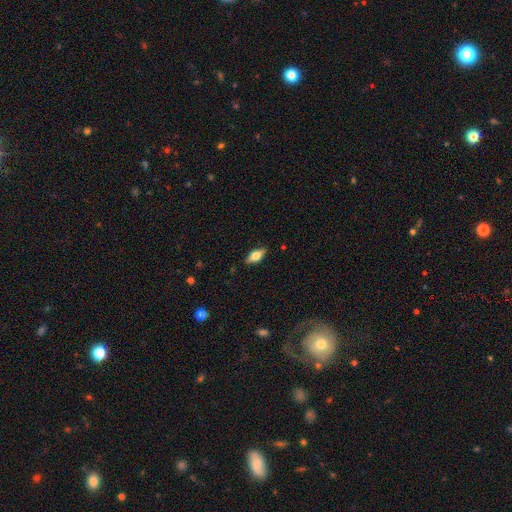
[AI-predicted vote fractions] smooth-or-featured: smooth: 54% | featured or disk: 38% | star or artifact: 7%
  how-rounded: in between: 78% | cigar-shaped: 18% | round: 4%
  merging: none: 87% | minor disturbance: 10% | major disturbance: 2% | merger: 1%